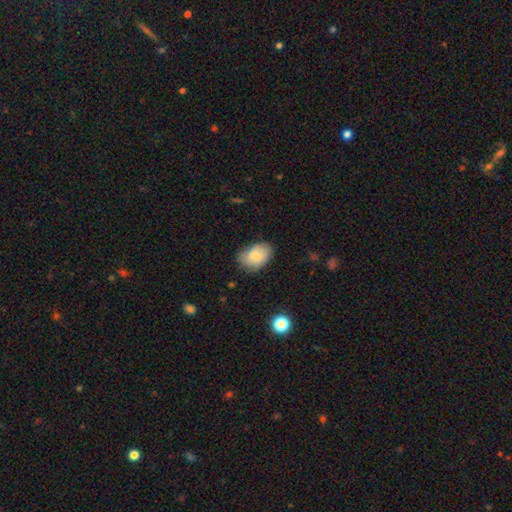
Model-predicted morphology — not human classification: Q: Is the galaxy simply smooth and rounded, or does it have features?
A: smooth — 77%.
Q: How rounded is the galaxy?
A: in between — 84%.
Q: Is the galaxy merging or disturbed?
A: none — 68%.